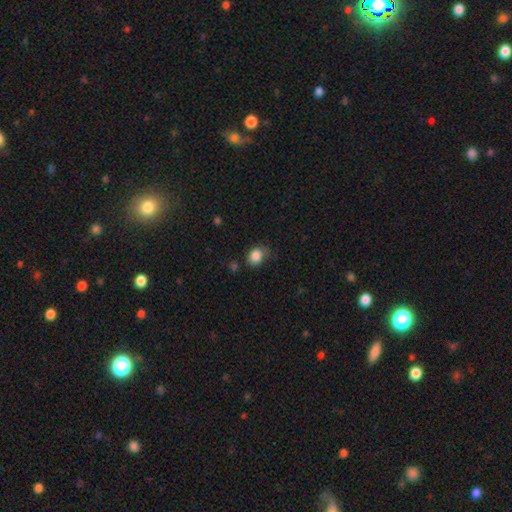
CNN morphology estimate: This is clearly a smooth galaxy (85%). How rounded: possibly round (51%). Merging: likely none (62%).